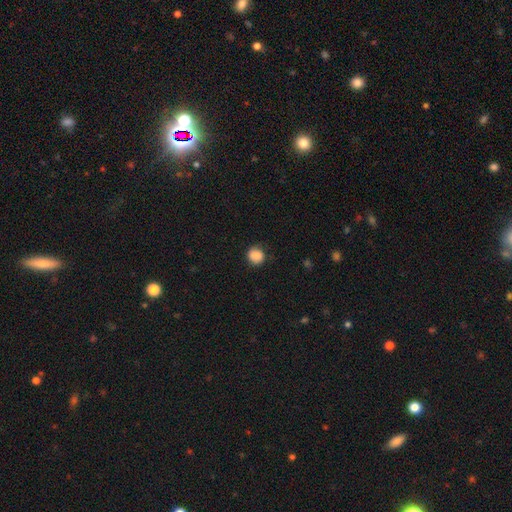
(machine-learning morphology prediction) This is clearly a smooth galaxy (87%). How rounded: clearly round (85%). Merging: likely none (78%).